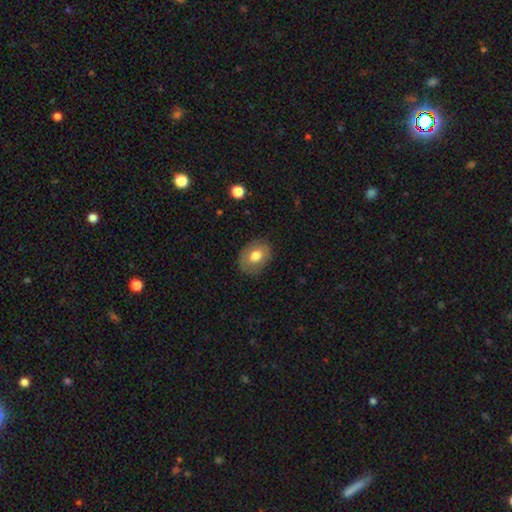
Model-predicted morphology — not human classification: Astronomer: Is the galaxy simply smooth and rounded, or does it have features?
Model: smooth — 70%.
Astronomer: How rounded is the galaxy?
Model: in between — 65%.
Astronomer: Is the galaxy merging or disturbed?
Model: none — 80%.